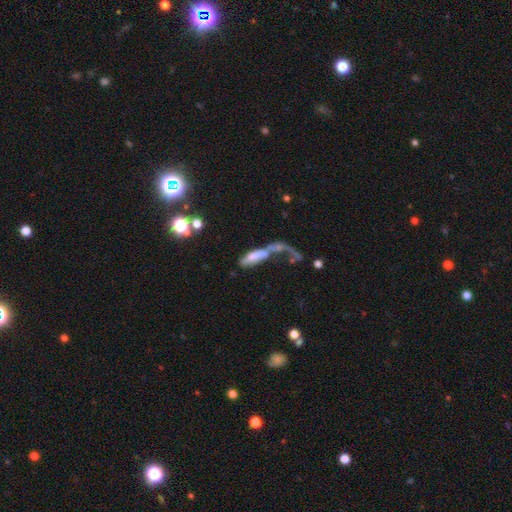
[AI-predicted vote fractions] This appears to be a smooth galaxy with no disk features (56%) that is cigar-shaped (56%). Merging: merger (45%).